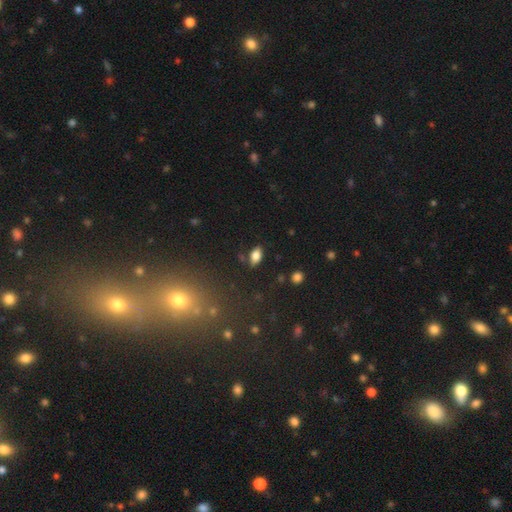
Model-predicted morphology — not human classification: This appears to be a smooth galaxy with no disk features (80%) that is in between round and cigar-shaped (91%). Merging: none (84%).